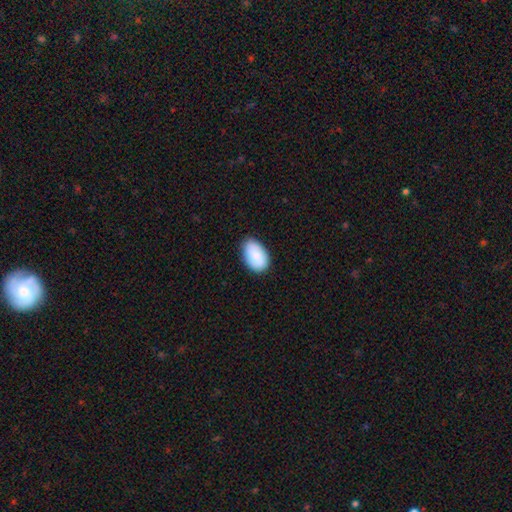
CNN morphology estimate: A smooth galaxy with no disk features (84%) that is in between round and cigar-shaped (92%). Merging: none (81%).